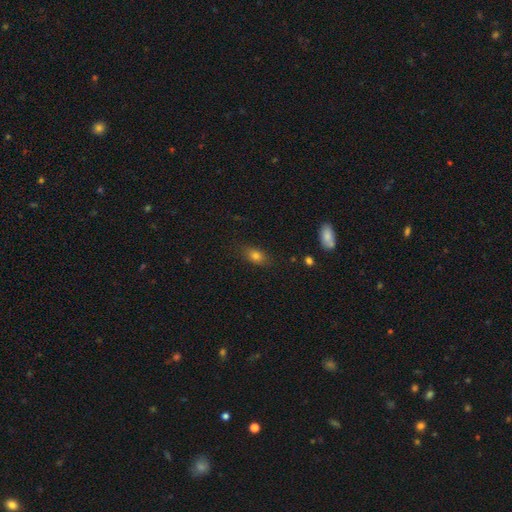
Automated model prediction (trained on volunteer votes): Overall: smooth (78%). How rounded: in between (77%). Merging: none (81%).